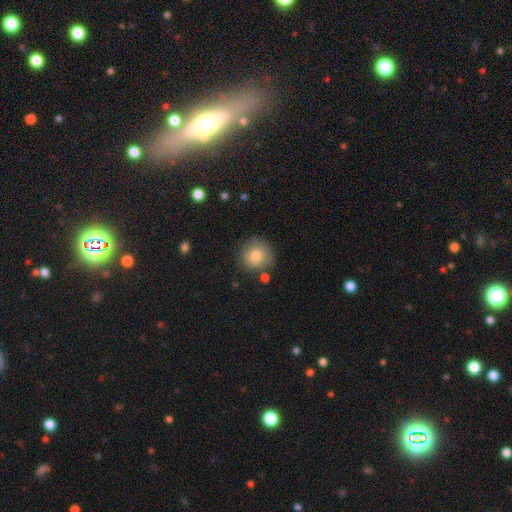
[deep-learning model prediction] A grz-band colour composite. It shows a smooth galaxy with no disk features (82%) that is round (92%). Merging: none (79%).